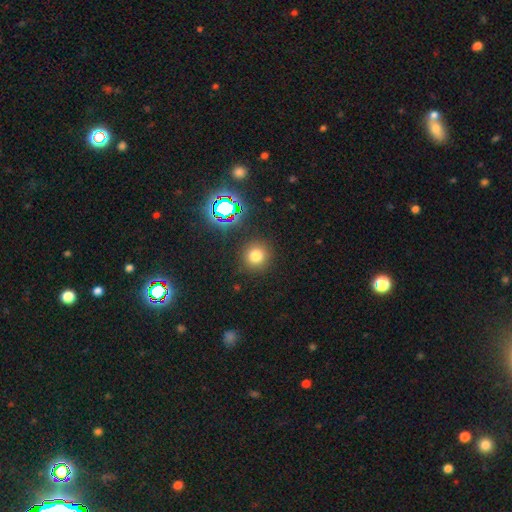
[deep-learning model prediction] Q: Smooth or featured?
A: smooth (73%); runner-up: star or artifact (20%)
Q: How rounded?
A: round (92%); runner-up: in between (7%)
Q: Merging?
A: none (90%); runner-up: minor disturbance (6%)